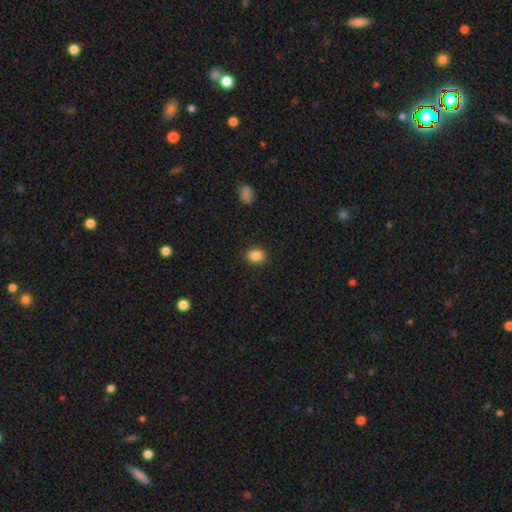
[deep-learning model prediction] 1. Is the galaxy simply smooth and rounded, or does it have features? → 86% smooth, 10% star or artifact, 4% featured or disk.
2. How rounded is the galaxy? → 57% round, 42% in between, 1% cigar-shaped.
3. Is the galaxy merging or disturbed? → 90% none, 7% minor disturbance, 2% major disturbance, 1% merger.